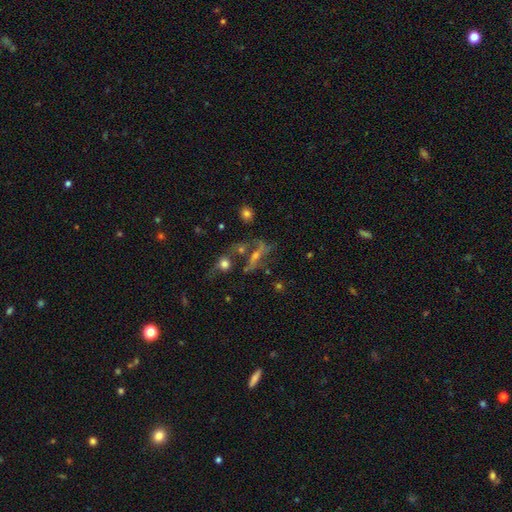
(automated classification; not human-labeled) A featured or disk galaxy (54%).

Vote fractions:
- Smooth or featured? featured or disk: 54% / star or artifact: 23% / smooth: 23%
- Edge-on disk? no: 65% / yes: 35%
- Merging? none: 41% / merger: 27% / major disturbance: 18% / minor disturbance: 14%